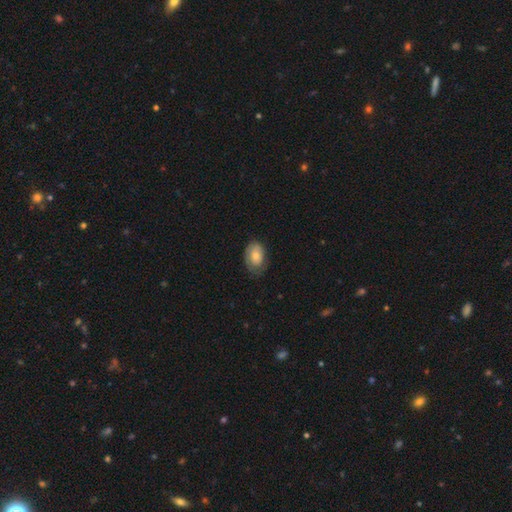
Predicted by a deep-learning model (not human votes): smooth-or-featured: smooth: 65% | featured or disk: 29% | star or artifact: 7%
  how-rounded: in between: 87% | round: 12% | cigar-shaped: 1%
  merging: none: 62% | minor disturbance: 27% | major disturbance: 10% | merger: 1%